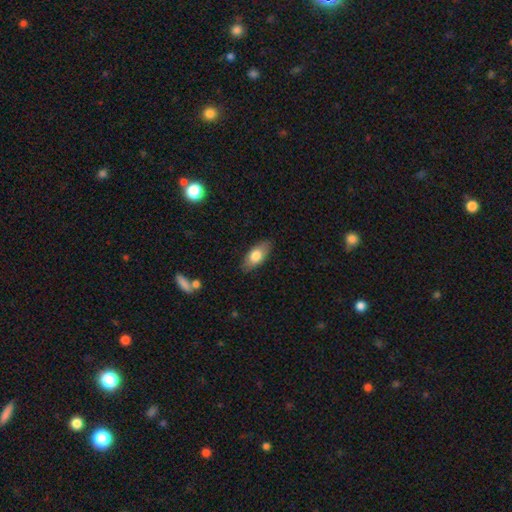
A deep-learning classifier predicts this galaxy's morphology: The model was most divided on "smooth or featured": smooth: 75%, featured or disk: 18%, star or artifact: 6%. More confident: how rounded — in between (88%); merging — none (85%).